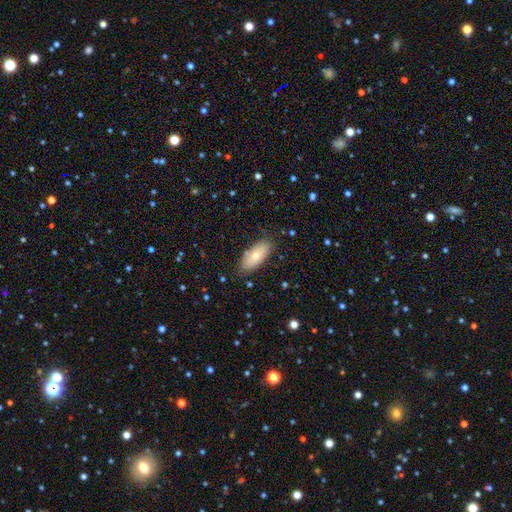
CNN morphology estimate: Smooth or featured?
  - smooth: 75% *
  - featured or disk: 18%
  - star or artifact: 7%
How rounded?
  - in between: 85% *
  - cigar-shaped: 13%
  - round: 2%
Merging?
  - none: 82% *
  - minor disturbance: 14%
  - major disturbance: 3%
  - merger: 2%